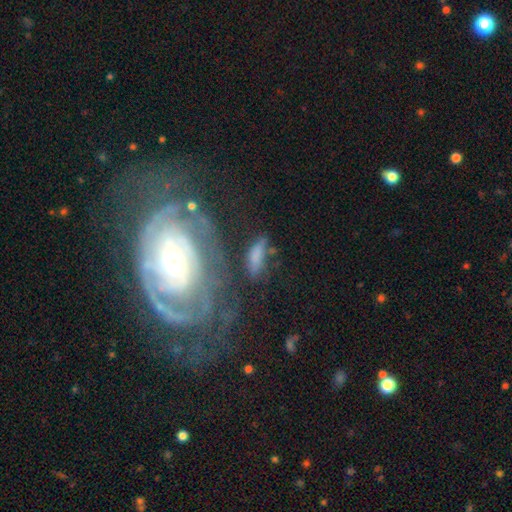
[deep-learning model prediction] Smooth or featured: smooth — 52% (featured or disk — 38%)
How rounded: in between — 61% (cigar-shaped — 33%)
Merging: none — 58% (minor disturbance — 21%)